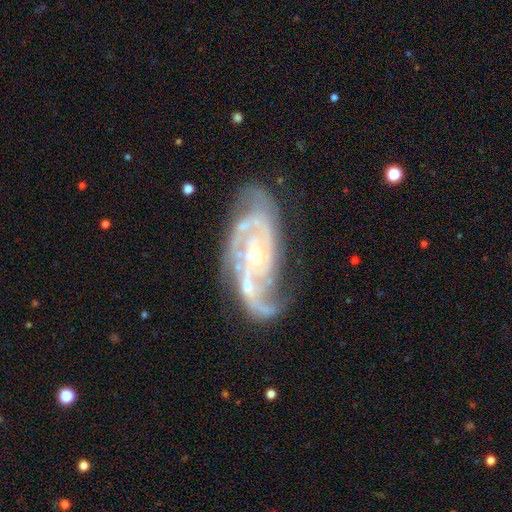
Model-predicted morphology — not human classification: featured or disk 89%, star or artifact 6%, smooth 5%. Down the decision tree: edge-on disk — no (95%); bar — no (61%); spiral arms — yes (96%); spiral arm count — 2 (39%); spiral winding — tight (51%); bulge size — small (67%); merging — none (51%).